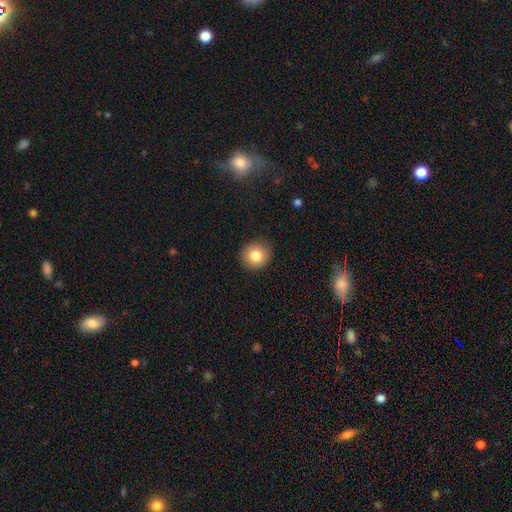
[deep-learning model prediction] This appears to be a smooth galaxy with no disk features (80%) that is round (88%). Merging: none (91%).